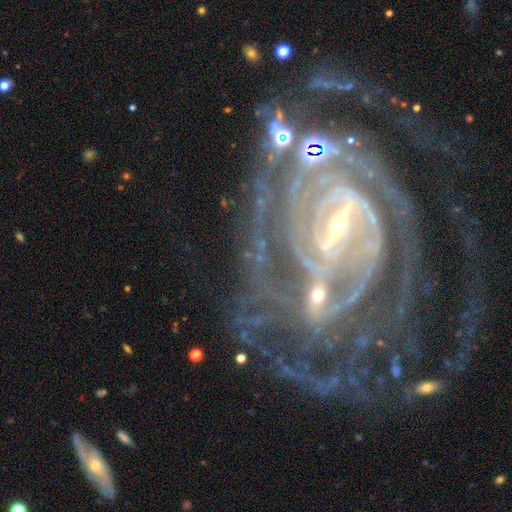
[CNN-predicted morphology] smooth_or_featured: featured or disk (p=0.91) [alt: star or artifact p=0.06]
disk_edge_on: no (p=0.97) [alt: yes p=0.03]
bar: strong (p=0.53) [alt: weak p=0.33]
has_spiral_arms: yes (p=0.98) [alt: no p=0.02]
spiral_winding: tight (p=0.71) [alt: medium p=0.24]
spiral_arm_count: 2 (p=0.25) [alt: can't tell p=0.21]
bulge_size: small (p=0.80) [alt: moderate p=0.14]
merging: none (p=0.47) [alt: major disturbance p=0.24]